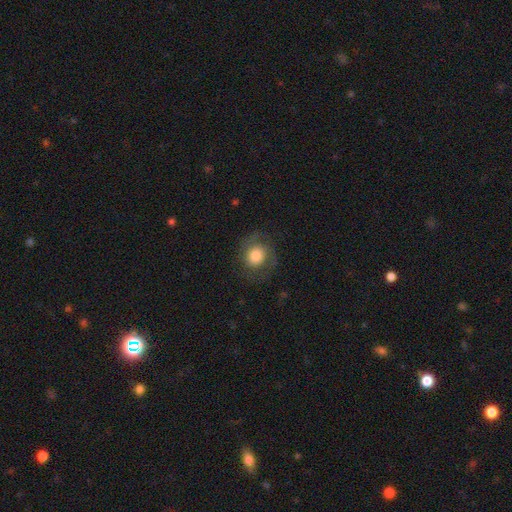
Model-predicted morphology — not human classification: The model was most divided on "smooth or featured": smooth: 58%, featured or disk: 34%, star or artifact: 8%. More confident: how rounded — round (78%); merging — none (70%).